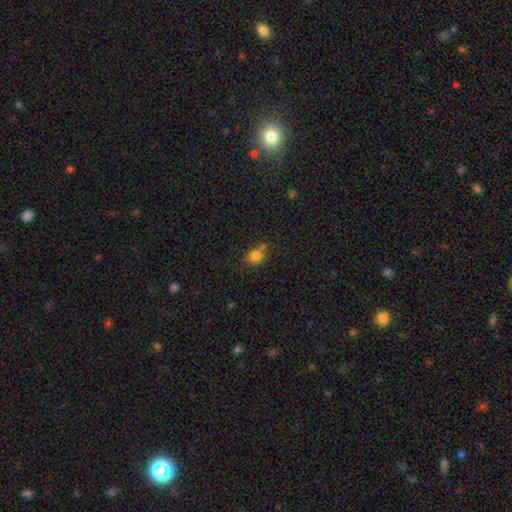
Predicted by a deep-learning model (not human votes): Smooth or featured? smooth (77%)
How rounded? round (62%)
Merging? none (56%)